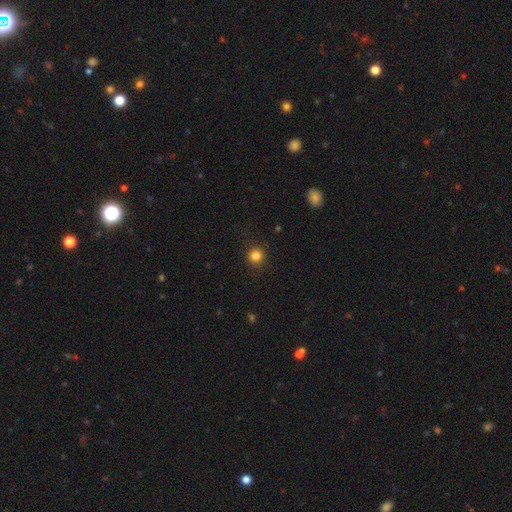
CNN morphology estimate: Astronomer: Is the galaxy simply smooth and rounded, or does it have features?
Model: smooth — 84%.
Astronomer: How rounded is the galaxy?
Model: round — 93%.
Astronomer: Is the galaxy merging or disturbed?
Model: none — 91%.